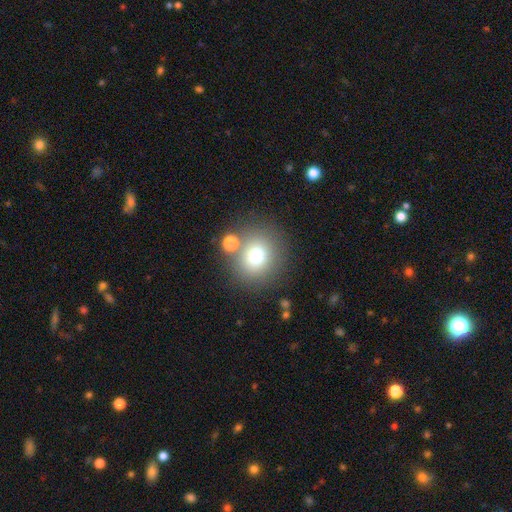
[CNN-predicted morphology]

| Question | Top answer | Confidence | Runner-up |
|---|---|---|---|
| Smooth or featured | smooth | 72% | star or artifact (16%) |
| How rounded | round | 89% | in between (10%) |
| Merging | none | 76% | merger (12%) |